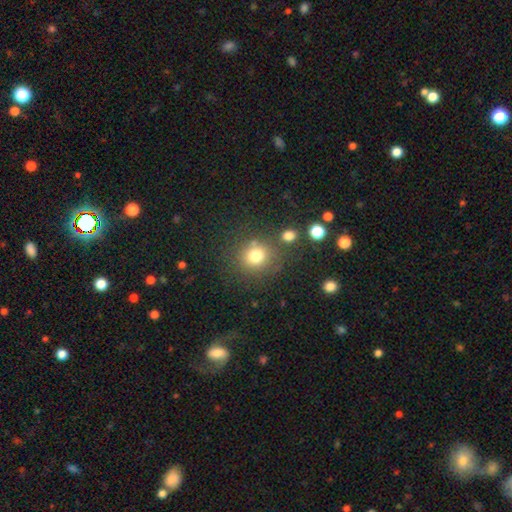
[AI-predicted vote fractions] Smooth or featured?
  - smooth: 78% *
  - star or artifact: 14%
  - featured or disk: 8%
How rounded?
  - round: 85% *
  - in between: 14%
  - cigar-shaped: 1%
Merging?
  - none: 75% *
  - minor disturbance: 11%
  - merger: 8%
  - major disturbance: 5%